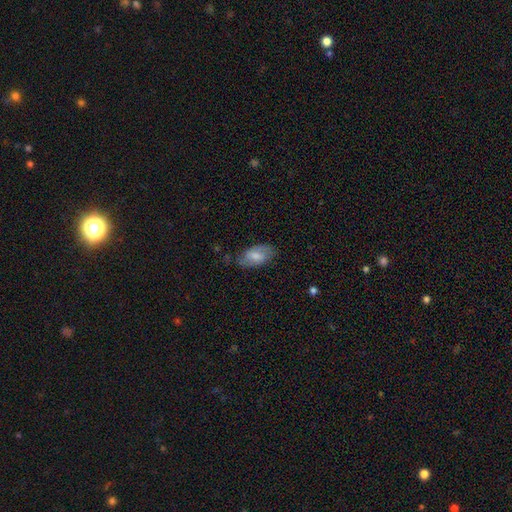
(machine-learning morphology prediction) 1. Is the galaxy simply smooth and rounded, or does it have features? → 61% smooth, 32% featured or disk, 7% star or artifact.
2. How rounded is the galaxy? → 92% in between, 5% round, 3% cigar-shaped.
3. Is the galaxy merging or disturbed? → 70% none, 22% minor disturbance, 6% major disturbance, 2% merger.